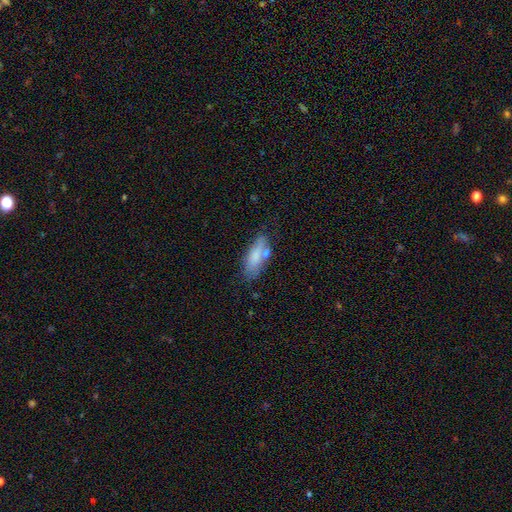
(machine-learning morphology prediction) smooth-or-featured: smooth: 77% | featured or disk: 16% | star or artifact: 7%
  how-rounded: in between: 68% | cigar-shaped: 29% | round: 2%
  merging: none: 64% | minor disturbance: 20% | merger: 11% | major disturbance: 5%